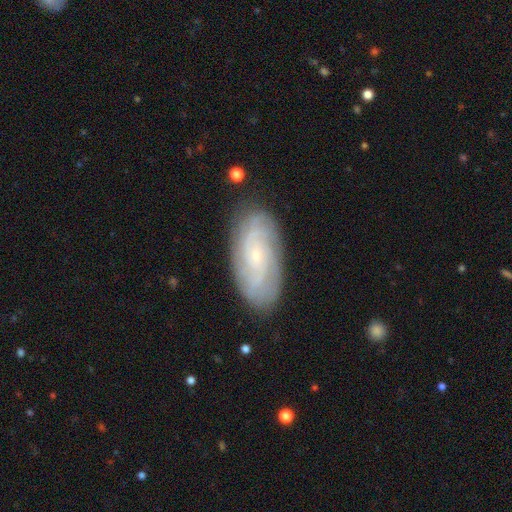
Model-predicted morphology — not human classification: Overall: featured or disk (77%). Edge-on disk: no (94%). Bar: no (71%). Spiral arms: yes (94%). Spiral arm count: can't tell (35%; 2 24%). Spiral winding: tight (63%; medium 29%). Bulge size: small (83%). Merging: none (82%).